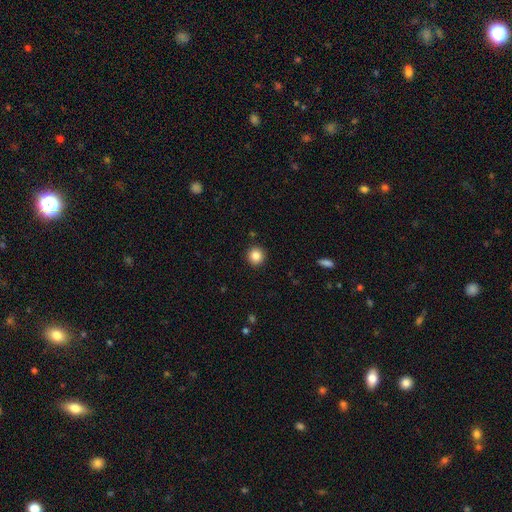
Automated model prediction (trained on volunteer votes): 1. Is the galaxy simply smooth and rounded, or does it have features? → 85% smooth, 10% star or artifact, 5% featured or disk.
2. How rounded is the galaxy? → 94% round, 5% in between, 1% cigar-shaped.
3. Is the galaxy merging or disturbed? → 92% none, 5% minor disturbance, 2% major disturbance, 1% merger.